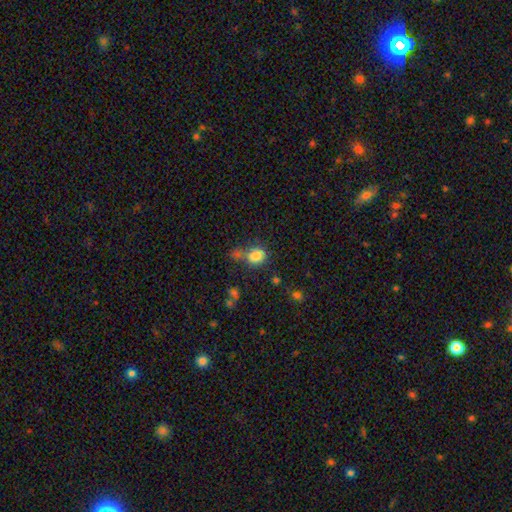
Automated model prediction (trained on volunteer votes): Smooth or featured? Predicted: smooth (p=0.81). How rounded? Predicted: in between (p=0.59). Merging? Predicted: none (p=0.43).